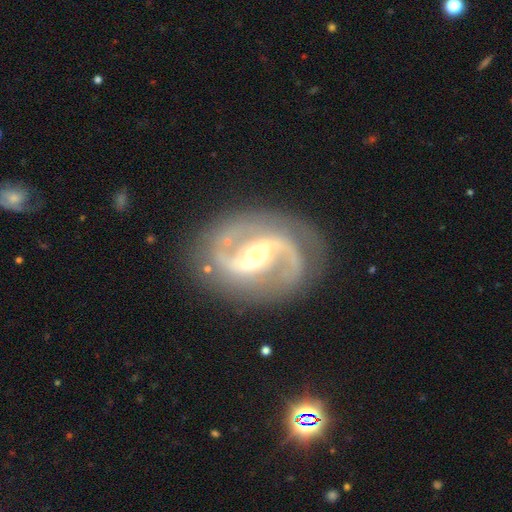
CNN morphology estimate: Smooth or featured? featured or disk (91%)
Edge-on disk? no (97%)
Bar? strong (55%)
Spiral arms? yes (97%)
Spiral winding? medium (60%)
Spiral arm count? 2 (94%)
Bulge size? moderate (62%)
Merging? none (81%)